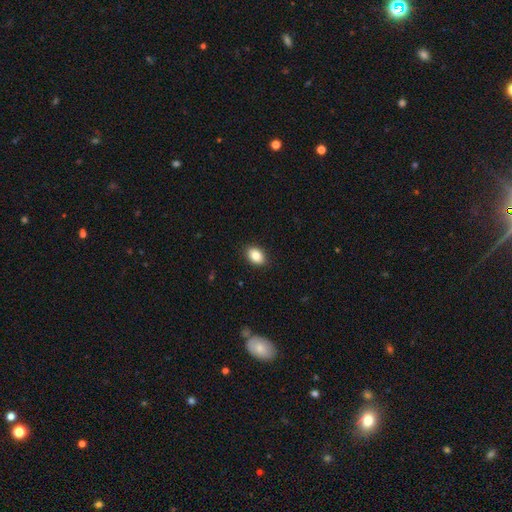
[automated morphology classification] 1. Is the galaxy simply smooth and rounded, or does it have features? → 85% smooth, 8% star or artifact, 7% featured or disk.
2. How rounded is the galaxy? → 80% in between, 19% round, 1% cigar-shaped.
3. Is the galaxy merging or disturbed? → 90% none, 8% minor disturbance, 2% major disturbance, 1% merger.